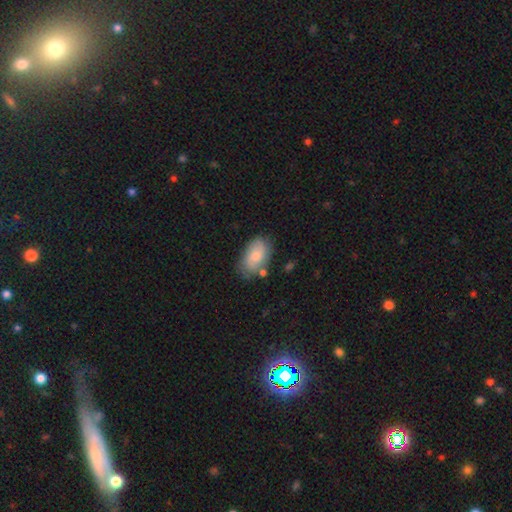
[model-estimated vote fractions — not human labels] smooth_or_featured: smooth (p=0.64) [alt: featured or disk p=0.30]
how_rounded: in between (p=0.91) [alt: round p=0.08]
merging: none (p=0.64) [alt: minor disturbance p=0.23]